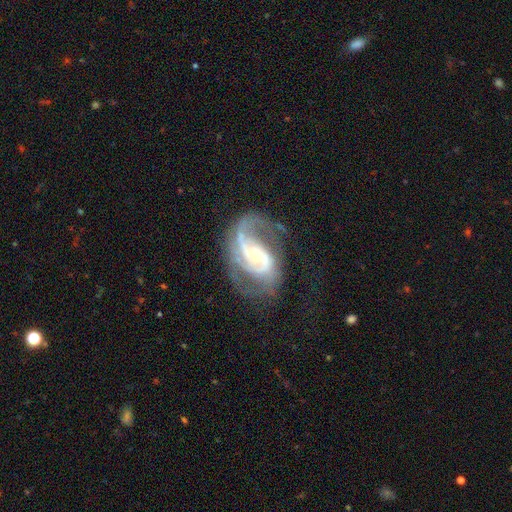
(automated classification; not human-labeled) The model was most divided on "bulge size": small: 50%, moderate: 45%, large: 3%, none: 1%, dominant: 1%. Remaining: edge-on disk — no (97%); spiral arms — yes (95%); smooth or featured — featured or disk (88%); spiral arm count — 2 (64%); merging — none (55%); spiral winding — medium (47%); bar — no (44%).